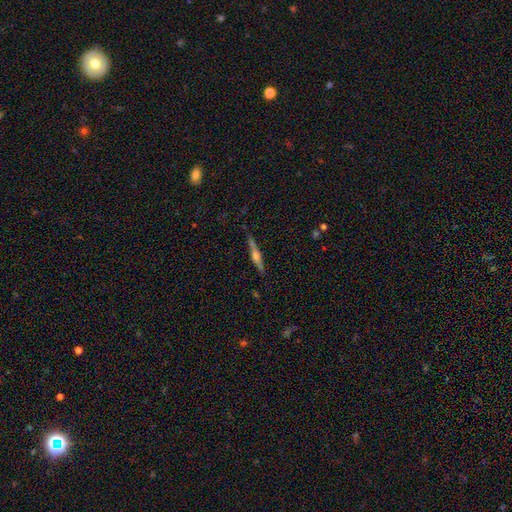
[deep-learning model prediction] This is likely a featured or disk galaxy (74%). It is clearly viewed edge-on (98%). Edge-on bulge: likely rounded (79%). Merging: clearly none (89%).